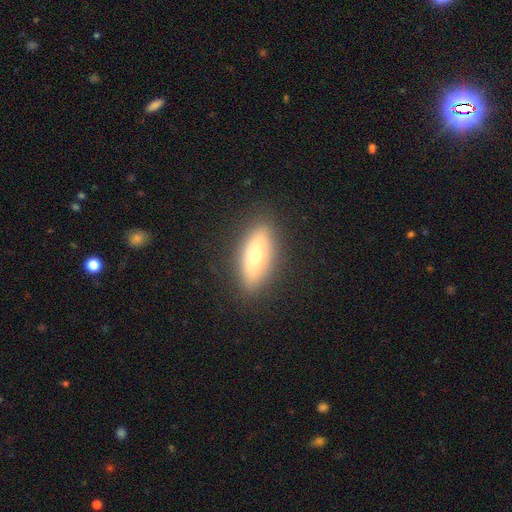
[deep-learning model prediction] Q: Smooth or featured?
A: smooth (63%); runner-up: featured or disk (30%)
Q: How rounded?
A: in between (71%); runner-up: cigar-shaped (25%)
Q: Merging?
A: none (86%); runner-up: minor disturbance (10%)